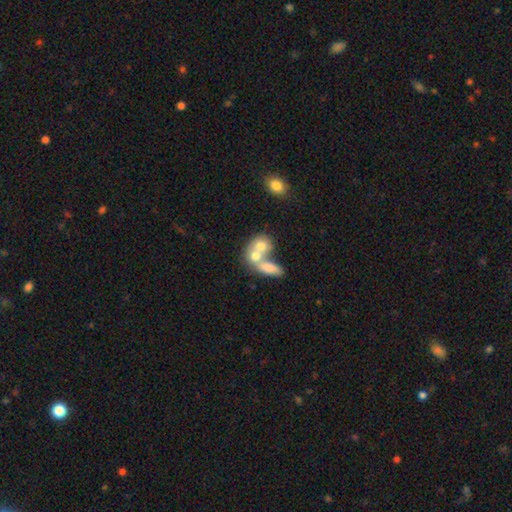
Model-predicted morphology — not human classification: A smooth galaxy with no disk features (55%) that is in between round and cigar-shaped (64%). Merging: merger (68%).